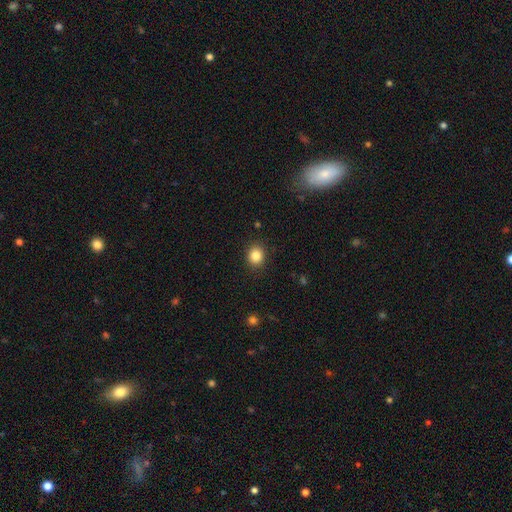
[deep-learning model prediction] smooth_or_featured: smooth (p=0.85) [alt: star or artifact p=0.10]
how_rounded: round (p=0.69) [alt: in between p=0.30]
merging: none (p=0.89) [alt: minor disturbance p=0.08]